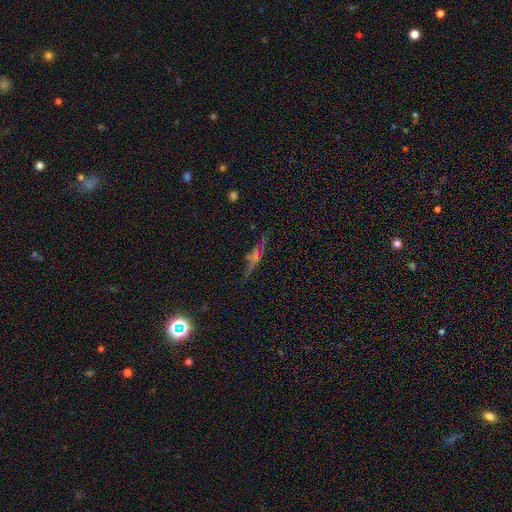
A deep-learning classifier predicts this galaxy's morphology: Smooth or featured? Predicted: featured or disk (p=0.56). Edge-on disk? Predicted: yes (p=0.90). Edge-on bulge? Predicted: rounded (p=0.65). Merging? Predicted: none (p=0.84).